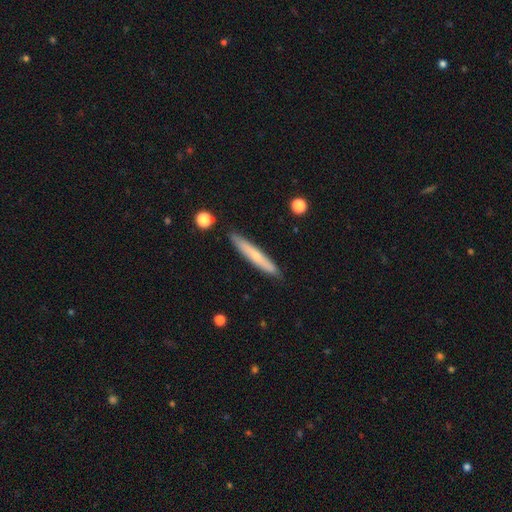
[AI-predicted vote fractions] A smooth galaxy with no disk features (52%) that is cigar-shaped (94%).

Vote fractions:
- Smooth or featured? smooth: 52% / featured or disk: 42% / star or artifact: 6%
- How rounded? cigar-shaped: 94% / in between: 5% / round: 1%
- Merging? none: 88% / minor disturbance: 9% / merger: 2% / major disturbance: 1%